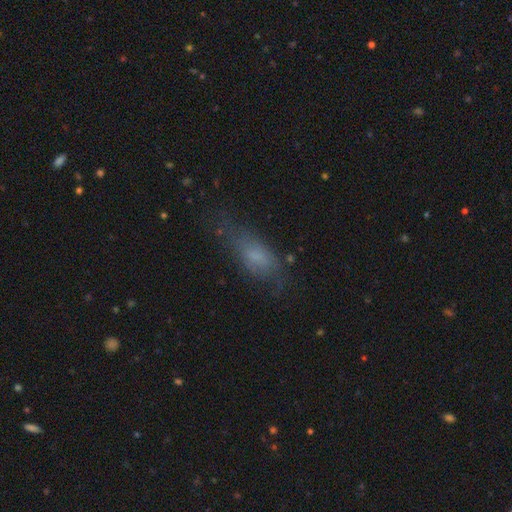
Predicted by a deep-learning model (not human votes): smooth-or-featured: smooth: 61% | featured or disk: 24% | star or artifact: 15%
  how-rounded: in between: 63% | cigar-shaped: 32% | round: 5%
  merging: none: 57% | minor disturbance: 25% | major disturbance: 16% | merger: 2%